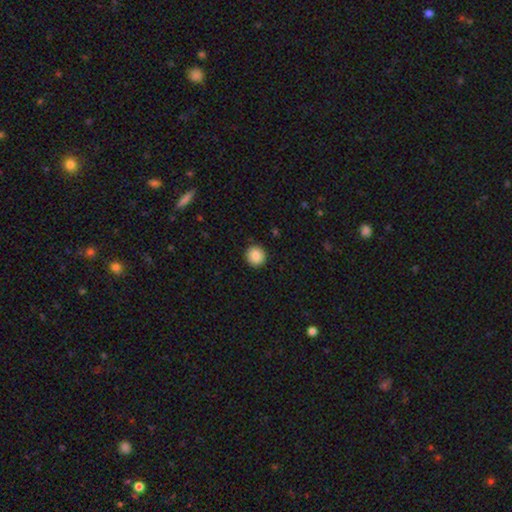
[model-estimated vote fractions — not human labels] The model was most divided on "smooth or featured": smooth: 88%, star or artifact: 8%, featured or disk: 4%. More confident: how rounded — round (92%); merging — none (91%).